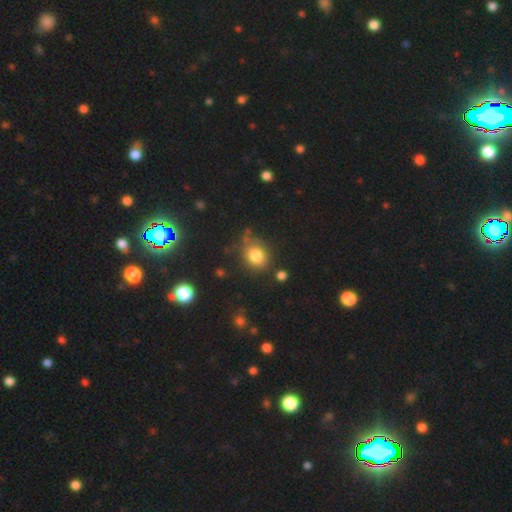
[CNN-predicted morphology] This appears to be a smooth galaxy with no disk features (80%) that is round (66%). Merging: none (73%).